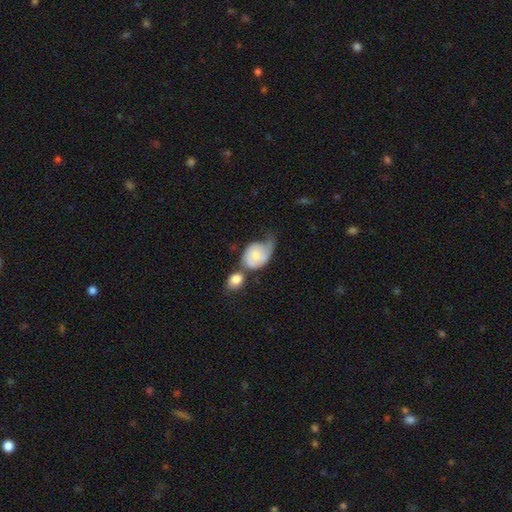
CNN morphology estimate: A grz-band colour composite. It shows a smooth galaxy with no disk features (58%) that is in between round and cigar-shaped (58%). Merging: major disturbance (30%).